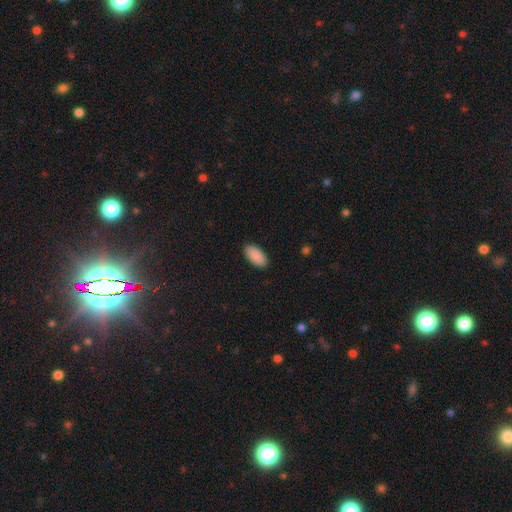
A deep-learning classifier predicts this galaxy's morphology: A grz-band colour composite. It shows a smooth galaxy with no disk features (91%) that is in between round and cigar-shaped (95%). Merging: none (90%).